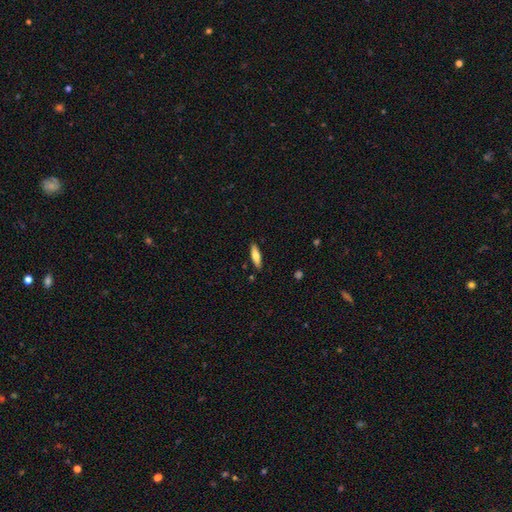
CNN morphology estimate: Q: Smooth or featured?
A: smooth (71%); runner-up: featured or disk (23%)
Q: How rounded?
A: cigar-shaped (59%); runner-up: in between (39%)
Q: Merging?
A: none (88%); runner-up: minor disturbance (9%)